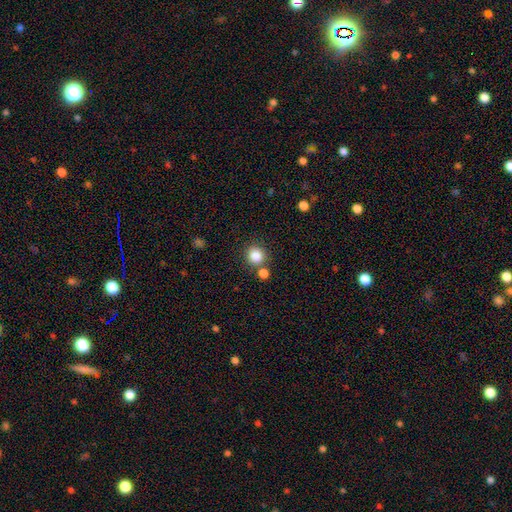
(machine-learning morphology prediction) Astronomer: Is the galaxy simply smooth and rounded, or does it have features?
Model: smooth — 85%.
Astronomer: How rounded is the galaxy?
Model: round — 92%.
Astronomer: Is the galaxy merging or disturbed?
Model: none — 77%.